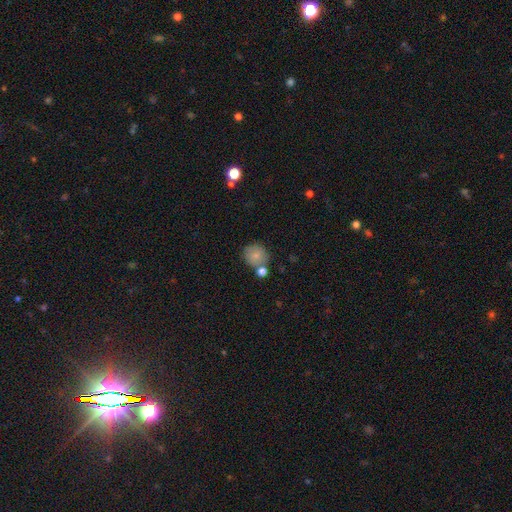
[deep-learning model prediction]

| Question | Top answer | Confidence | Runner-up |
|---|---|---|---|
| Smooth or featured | smooth | 79% | featured or disk (12%) |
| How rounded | round | 87% | in between (12%) |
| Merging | none | 63% | merger (20%) |